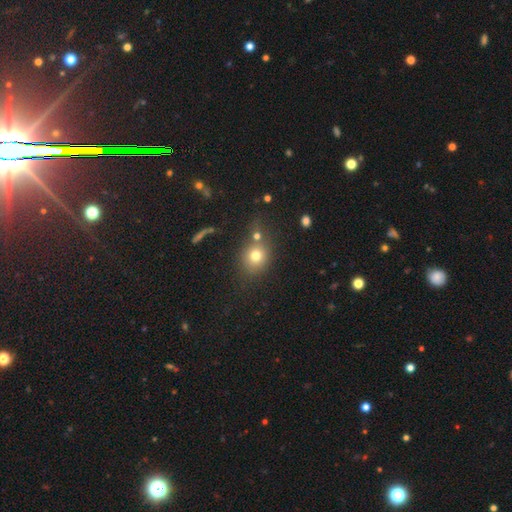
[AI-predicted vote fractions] Smooth or featured? Predicted: smooth (p=0.74). How rounded? Predicted: round (p=0.70). Merging? Predicted: none (p=0.63).